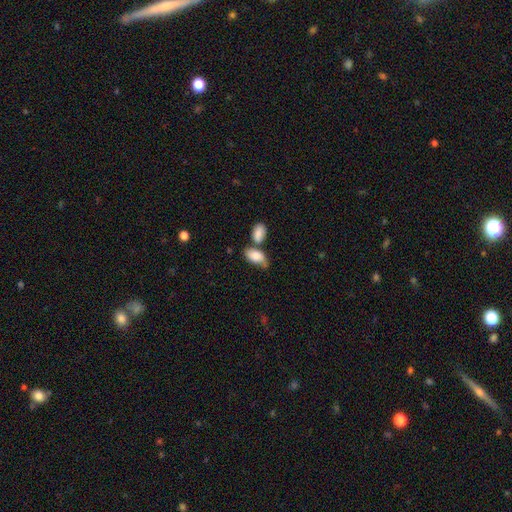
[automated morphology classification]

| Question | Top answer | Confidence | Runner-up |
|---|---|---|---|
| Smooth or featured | smooth | 83% | featured or disk (11%) |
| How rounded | in between | 92% | round (5%) |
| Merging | none | 39% | merger (33%) |